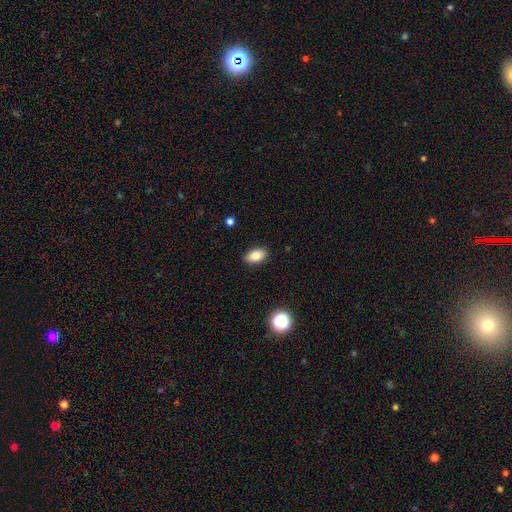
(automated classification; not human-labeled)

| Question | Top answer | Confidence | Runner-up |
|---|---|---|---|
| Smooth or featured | smooth | 83% | star or artifact (9%) |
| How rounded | in between | 90% | round (8%) |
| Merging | none | 89% | minor disturbance (8%) |